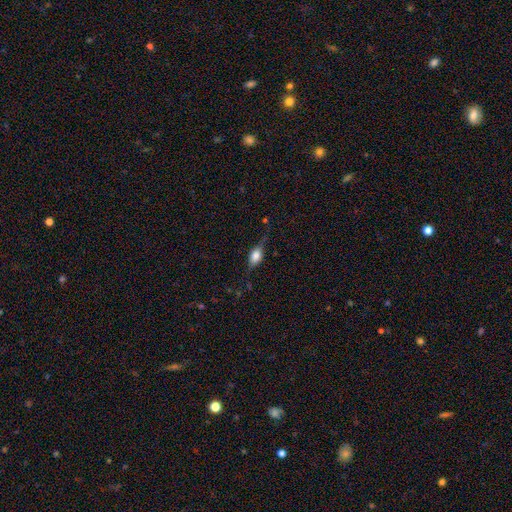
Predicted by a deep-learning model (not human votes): Smooth or featured: smooth — 56% (featured or disk — 35%)
How rounded: in between — 77% (round — 13%)
Merging: none — 64% (minor disturbance — 25%)